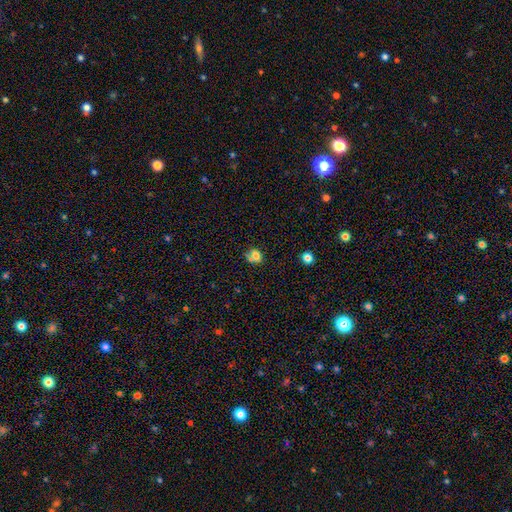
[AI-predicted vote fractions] Smooth or featured: smooth — 72% (star or artifact — 16%)
How rounded: round — 60% (in between — 39%)
Merging: none — 55% (merger — 24%)